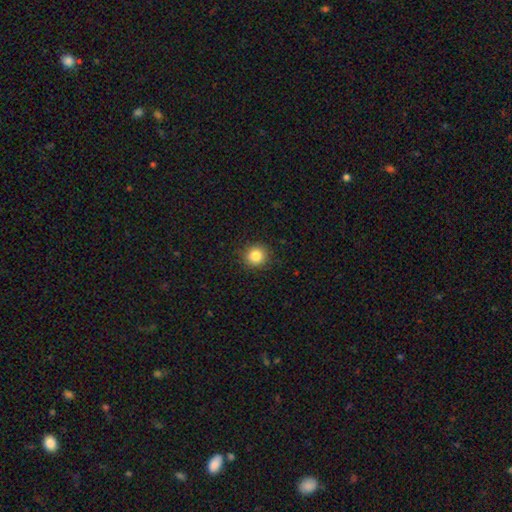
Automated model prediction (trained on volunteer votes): Smooth or featured? Predicted: smooth (p=0.84). How rounded? Predicted: round (p=0.91). Merging? Predicted: none (p=0.90).